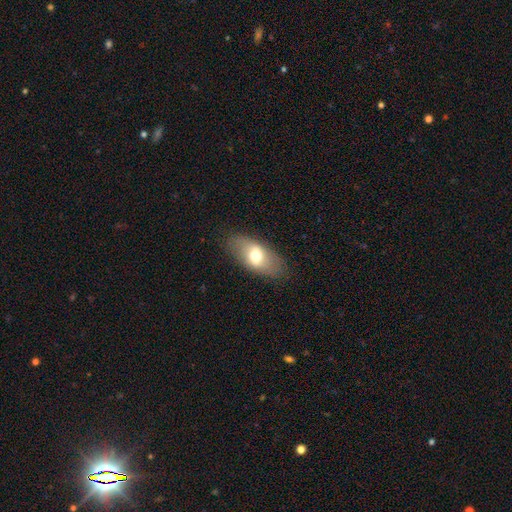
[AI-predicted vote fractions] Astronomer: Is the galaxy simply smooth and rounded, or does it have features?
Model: smooth — 62%.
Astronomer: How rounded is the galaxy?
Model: in between — 89%.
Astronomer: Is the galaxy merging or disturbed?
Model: none — 83%.